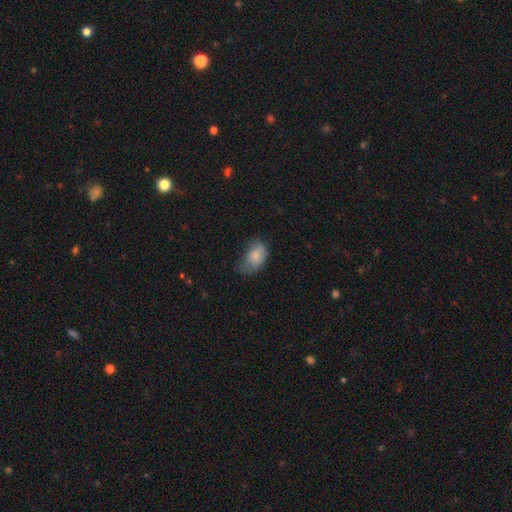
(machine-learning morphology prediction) A smooth galaxy with no disk features (79%) that is in between round and cigar-shaped (89%). Merging: minor disturbance (41%).